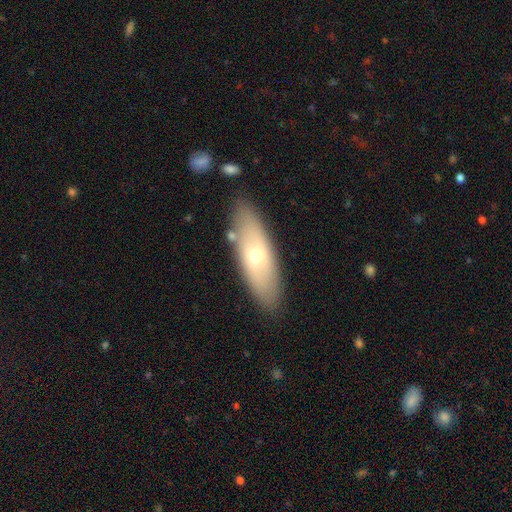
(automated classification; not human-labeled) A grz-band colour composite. It shows a smooth galaxy with no disk features (56%) that is in between round and cigar-shaped (64%). Merging: none (82%).